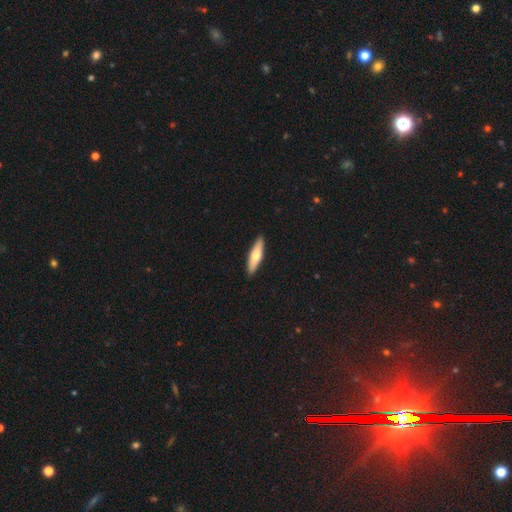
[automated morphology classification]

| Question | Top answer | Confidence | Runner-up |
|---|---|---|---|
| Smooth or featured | smooth | 60% | featured or disk (35%) |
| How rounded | cigar-shaped | 72% | in between (26%) |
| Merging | none | 91% | minor disturbance (6%) |